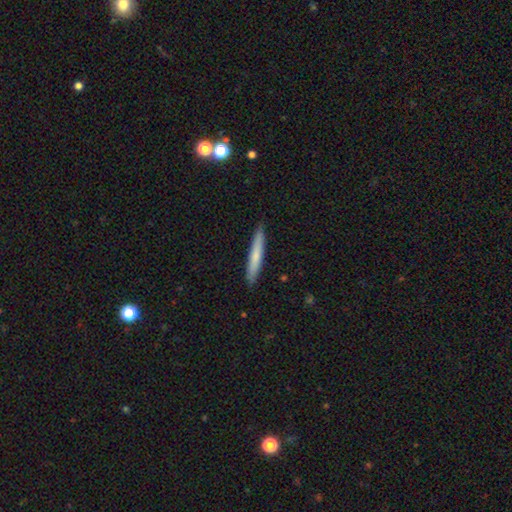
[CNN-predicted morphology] This appears to be a smooth galaxy with no disk features (71%) that is cigar-shaped (95%). Merging: none (90%).